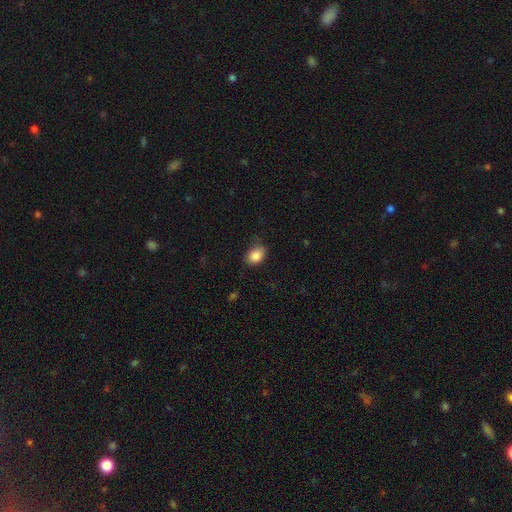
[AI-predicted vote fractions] smooth 87%, star or artifact 8%, featured or disk 5%. Down the decision tree: how rounded — in between (63%); merging — none (73%).